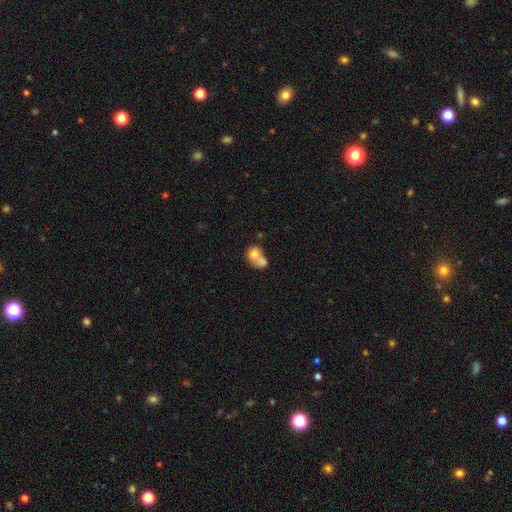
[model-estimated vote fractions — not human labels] The model was most divided on "how rounded": round: 57%, in between: 42%, cigar-shaped: 1%. More confident: merging — merger (73%); smooth or featured — smooth (70%).